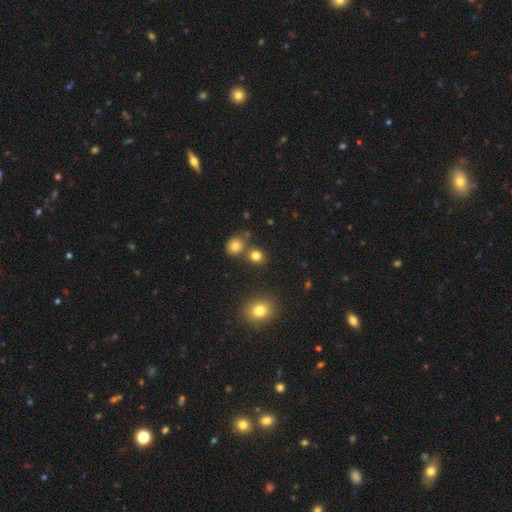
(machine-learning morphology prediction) The model was most divided on "merging": none: 71%, merger: 18%, minor disturbance: 8%, major disturbance: 3%. More confident: how rounded — round (81%); smooth or featured — smooth (80%).